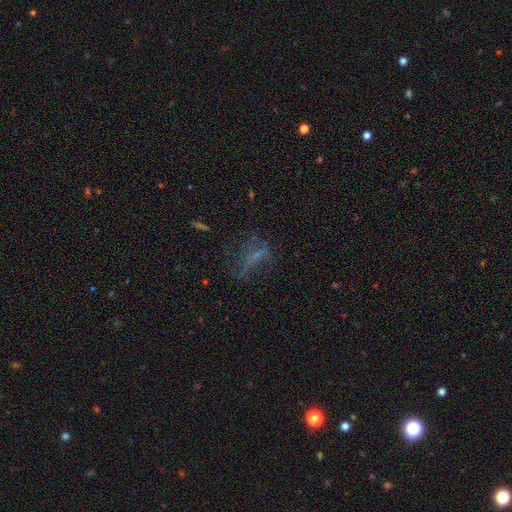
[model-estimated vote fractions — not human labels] Q: Smooth or featured?
A: featured or disk (49%); runner-up: smooth (29%)
Q: Merging?
A: none (40%); runner-up: major disturbance (37%)